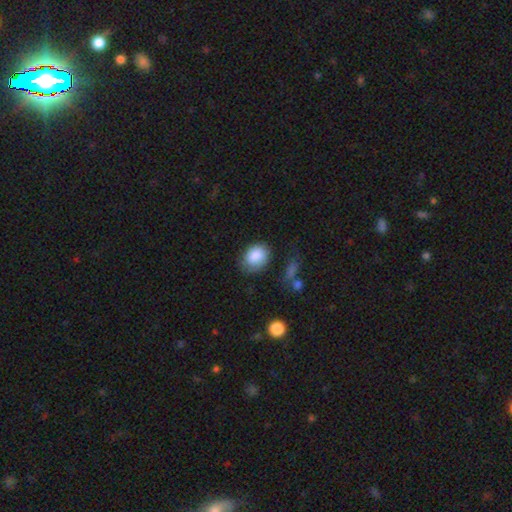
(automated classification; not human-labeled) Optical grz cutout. It shows a smooth galaxy with no disk features (87%) that is in between round and cigar-shaped (62%). Merging: none (65%).